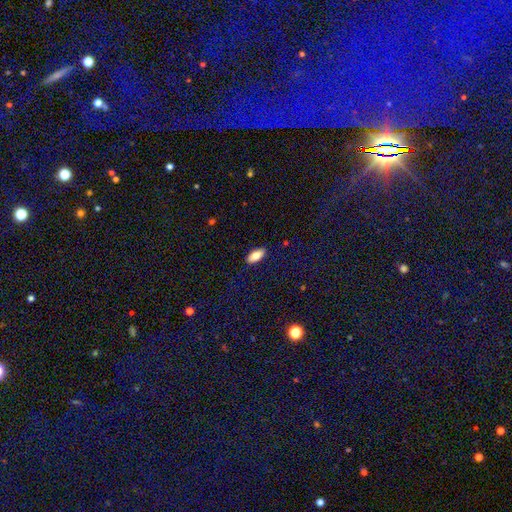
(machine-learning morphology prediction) Overall: smooth (79%). How rounded: in between (86%). Merging: none (88%).